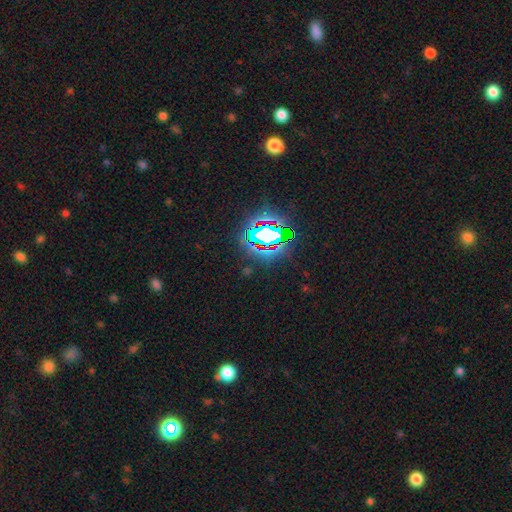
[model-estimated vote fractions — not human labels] smooth_or_featured: star or artifact (p=0.78) [alt: smooth p=0.13]